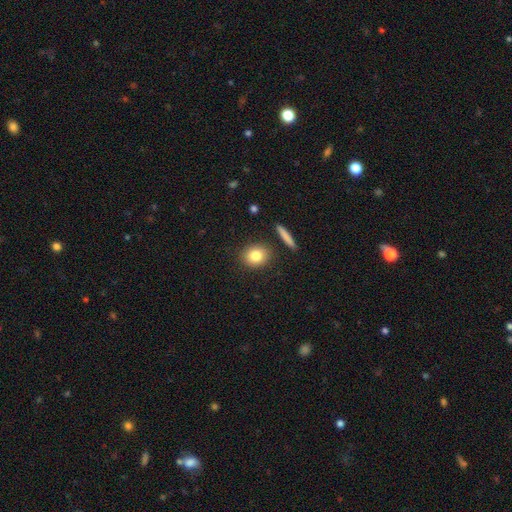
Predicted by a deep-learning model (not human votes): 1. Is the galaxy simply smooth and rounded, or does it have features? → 81% smooth, 10% featured or disk, 9% star or artifact.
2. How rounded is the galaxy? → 70% round, 28% in between, 2% cigar-shaped.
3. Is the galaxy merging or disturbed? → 87% none, 7% minor disturbance, 3% merger, 2% major disturbance.